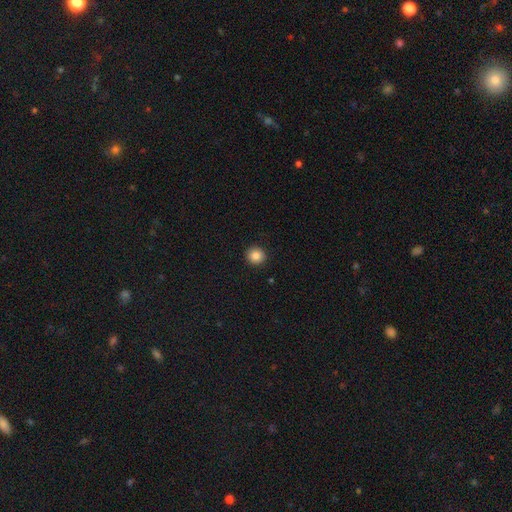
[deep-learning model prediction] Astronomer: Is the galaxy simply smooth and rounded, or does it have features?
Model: smooth — 86%.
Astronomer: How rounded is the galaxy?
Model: round — 94%.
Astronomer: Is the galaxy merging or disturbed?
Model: none — 93%.